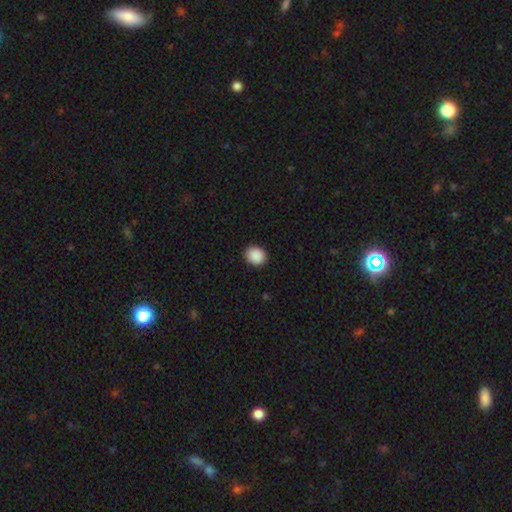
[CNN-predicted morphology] Smooth or featured?
  - smooth: 90% *
  - star or artifact: 8%
  - featured or disk: 2%
How rounded?
  - round: 75% *
  - in between: 24%
  - cigar-shaped: 1%
Merging?
  - none: 91% *
  - minor disturbance: 6%
  - major disturbance: 2%
  - merger: 1%